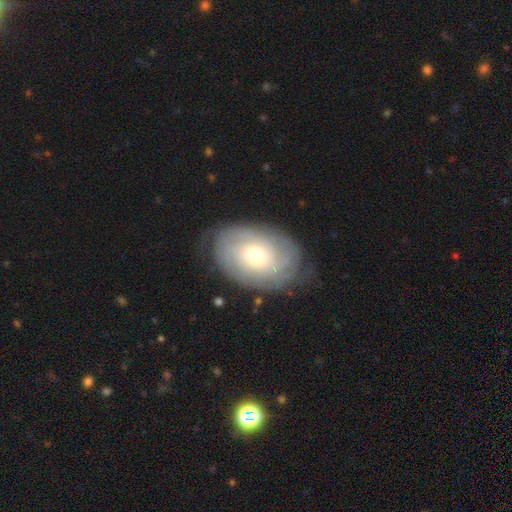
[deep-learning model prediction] smooth_or_featured: featured or disk (p=0.68) [alt: smooth p=0.25]
disk_edge_on: no (p=0.96) [alt: yes p=0.04]
bar: no (p=0.81) [alt: weak p=0.16]
has_spiral_arms: yes (p=0.87) [alt: no p=0.13]
spiral_winding: tight (p=0.76) [alt: medium p=0.18]
spiral_arm_count: can't tell (p=0.56) [alt: 2 p=0.13]
bulge_size: small (p=0.48) [alt: moderate p=0.43]
merging: none (p=0.75) [alt: minor disturbance p=0.17]